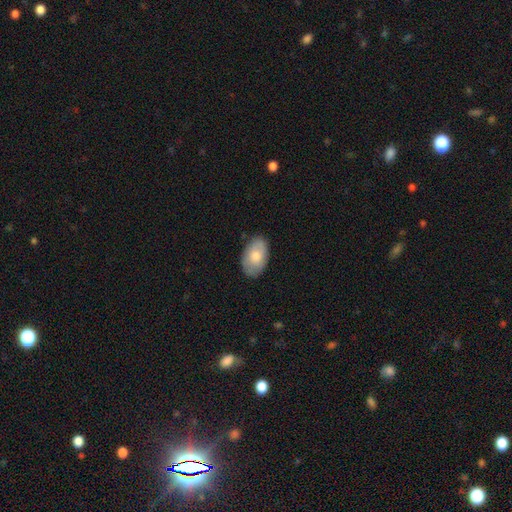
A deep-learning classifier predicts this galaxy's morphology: This appears to be a smooth galaxy with no disk features (75%) that is in between round and cigar-shaped (93%). Merging: none (82%).